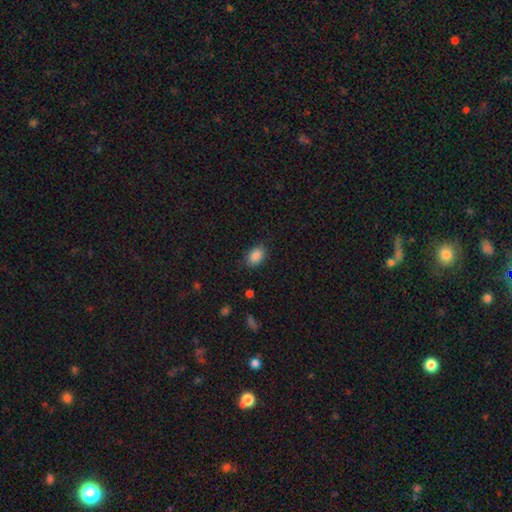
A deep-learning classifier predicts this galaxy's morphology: Q: Smooth or featured?
A: smooth (88%); runner-up: star or artifact (8%)
Q: How rounded?
A: in between (84%); runner-up: round (15%)
Q: Merging?
A: none (84%); runner-up: minor disturbance (11%)